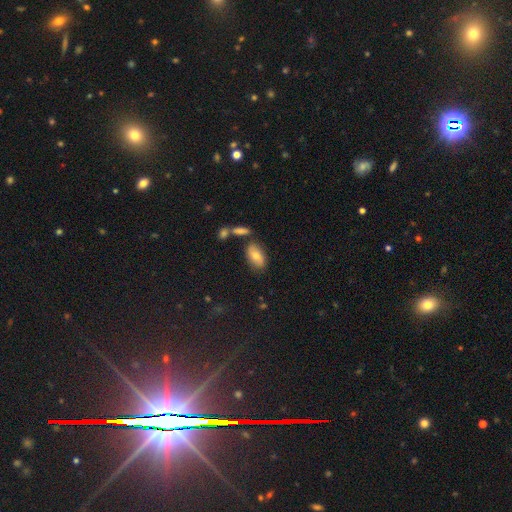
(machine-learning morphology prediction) The model was most divided on "smooth or featured": smooth: 70%, featured or disk: 22%, star or artifact: 8%. More confident: how rounded — in between (91%); merging — none (72%).